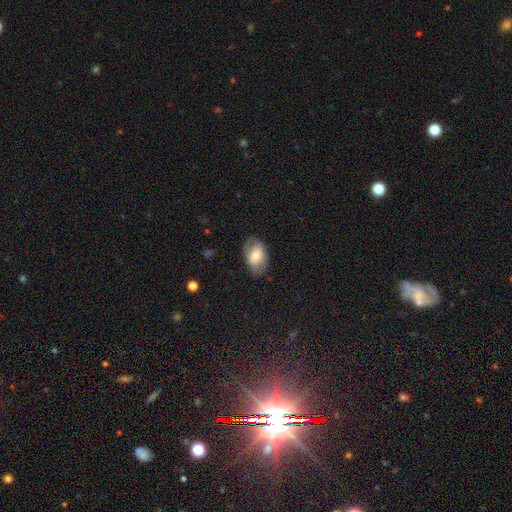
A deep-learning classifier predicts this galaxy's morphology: smooth-or-featured: smooth: 60% | featured or disk: 33% | star or artifact: 7%
  how-rounded: in between: 88% | round: 11% | cigar-shaped: 1%
  merging: none: 75% | minor disturbance: 18% | major disturbance: 6% | merger: 1%